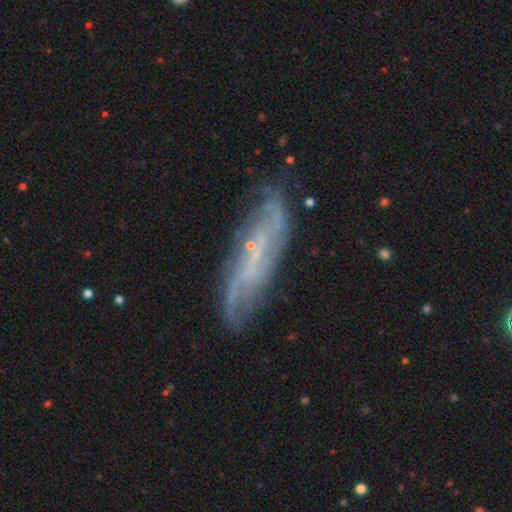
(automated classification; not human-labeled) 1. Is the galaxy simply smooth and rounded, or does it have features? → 76% featured or disk, 16% smooth, 9% star or artifact.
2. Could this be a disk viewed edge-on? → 77% no, 23% yes.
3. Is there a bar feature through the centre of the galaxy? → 52% no, 37% weak, 11% strong.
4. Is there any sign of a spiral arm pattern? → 89% yes, 11% no.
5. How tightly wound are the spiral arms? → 38% medium, 37% tight, 25% loose.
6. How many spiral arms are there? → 42% can't tell, 31% 2, 10% 3, 7% 4, 5% 1, 5% more than 4.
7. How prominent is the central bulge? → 67% small, 21% none, 10% moderate, 1% large, 1% dominant.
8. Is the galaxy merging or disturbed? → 76% none, 16% minor disturbance, 6% major disturbance, 2% merger.